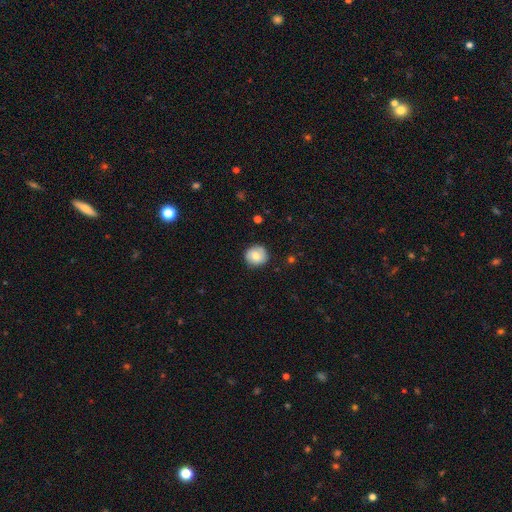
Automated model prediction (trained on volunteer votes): Smooth or featured? Predicted: smooth (p=0.70). How rounded? Predicted: round (p=0.90). Merging? Predicted: none (p=0.85).